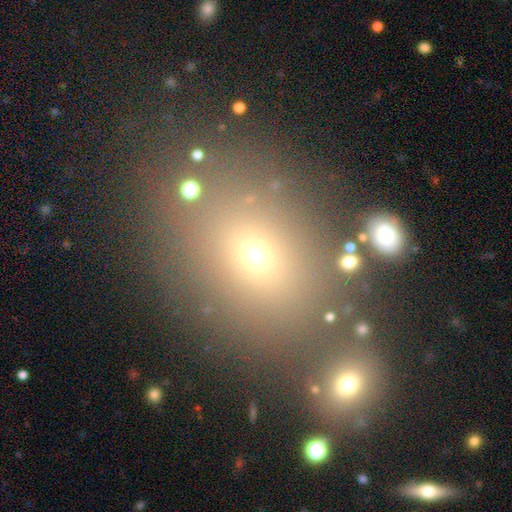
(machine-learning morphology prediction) smooth 64%, star or artifact 24%, featured or disk 12%. Down the decision tree: how rounded — in between (55%); merging — none (75%).